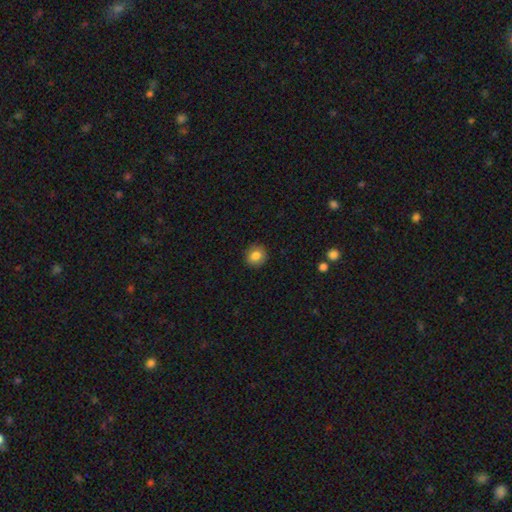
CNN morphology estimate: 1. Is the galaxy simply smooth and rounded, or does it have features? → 83% smooth, 9% star or artifact, 8% featured or disk.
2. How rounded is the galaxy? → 86% round, 14% in between, 1% cigar-shaped.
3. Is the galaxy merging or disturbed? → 90% none, 7% minor disturbance, 2% major disturbance, 1% merger.